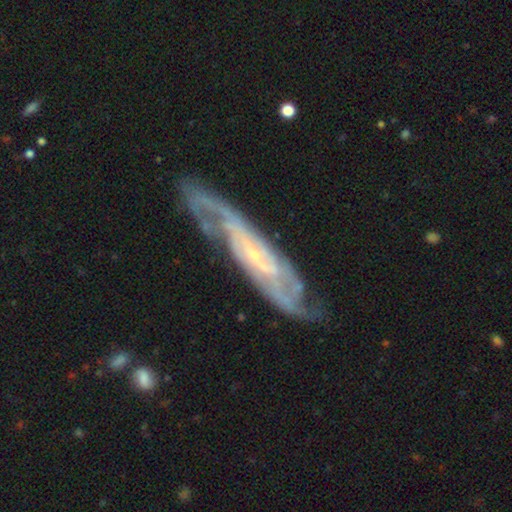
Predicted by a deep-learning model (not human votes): Smooth or featured: featured or disk — 86% (smooth — 8%)
Edge-on disk: no — 76% (yes — 24%)
Bar: no — 49% (weak — 34%)
Spiral arms: yes — 96% (no — 4%)
Spiral winding: tight — 50% (medium — 39%)
Spiral arm count: 2 — 49% (can't tell — 25%)
Bulge size: small — 81% (moderate — 13%)
Merging: none — 72% (minor disturbance — 18%)